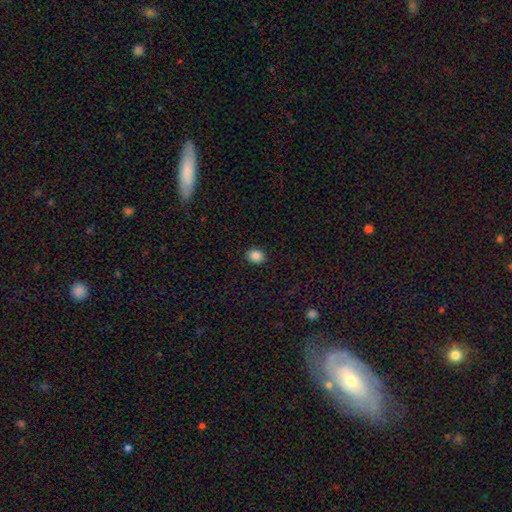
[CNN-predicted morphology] The model was most divided on "how rounded": round: 56%, in between: 44%, cigar-shaped: 1%. More confident: merging — none (91%); smooth or featured — smooth (86%).